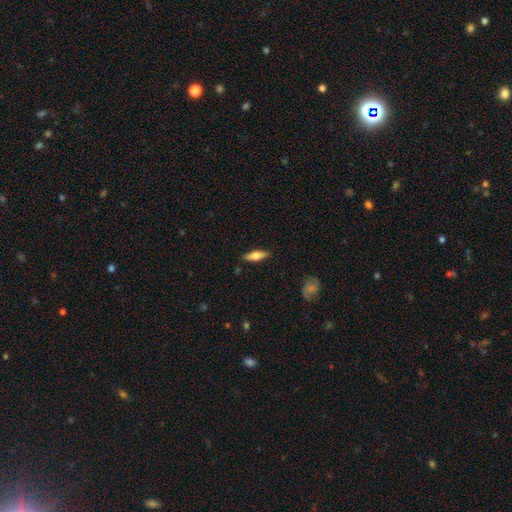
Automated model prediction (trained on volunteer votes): This is likely a smooth galaxy (60%). How rounded: possibly in between (51%). Merging: clearly none (86%).